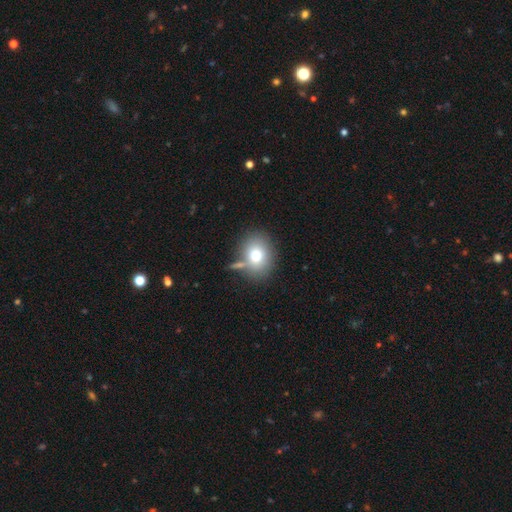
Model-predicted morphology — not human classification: Smooth or featured? Predicted: smooth (p=0.74). How rounded? Predicted: round (p=0.54). Merging? Predicted: none (p=0.68).